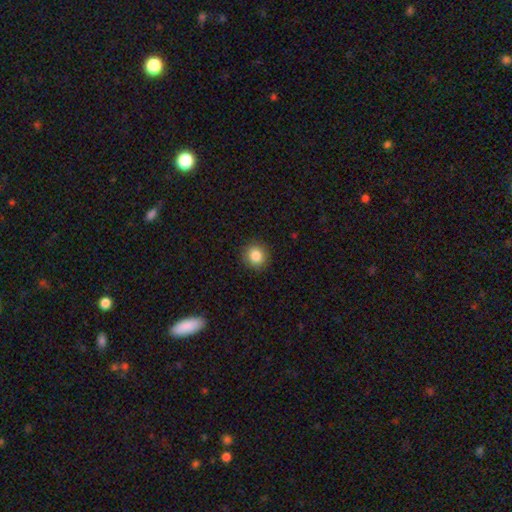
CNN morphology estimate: The model was most divided on "smooth or featured": smooth: 86%, star or artifact: 10%, featured or disk: 5%. More confident: merging — none (91%); how rounded — round (90%).